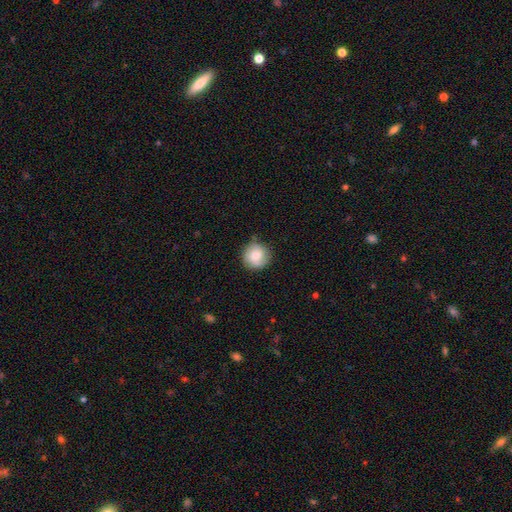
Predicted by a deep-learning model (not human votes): The model was most divided on "smooth or featured": smooth: 75%, featured or disk: 18%, star or artifact: 7%. More confident: how rounded — round (93%); merging — none (79%).